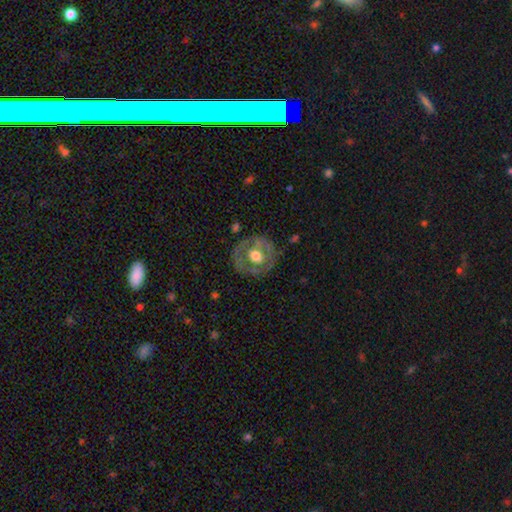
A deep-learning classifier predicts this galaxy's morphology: A featured or disk galaxy (53%) with no bar (81%), no spiral arms (84%) and a moderate central bulge (51%). Merging: none (76%).